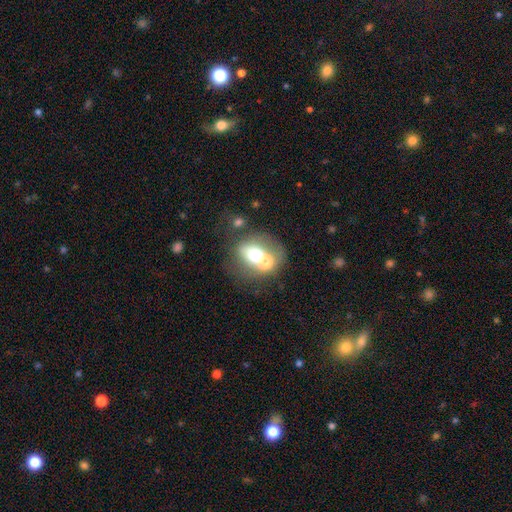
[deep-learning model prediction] Smooth or featured?
  - smooth: 57% *
  - featured or disk: 28%
  - star or artifact: 14%
How rounded?
  - round: 67% *
  - in between: 32%
  - cigar-shaped: 1%
Merging?
  - merger: 48% *
  - none: 35%
  - minor disturbance: 9%
  - major disturbance: 7%